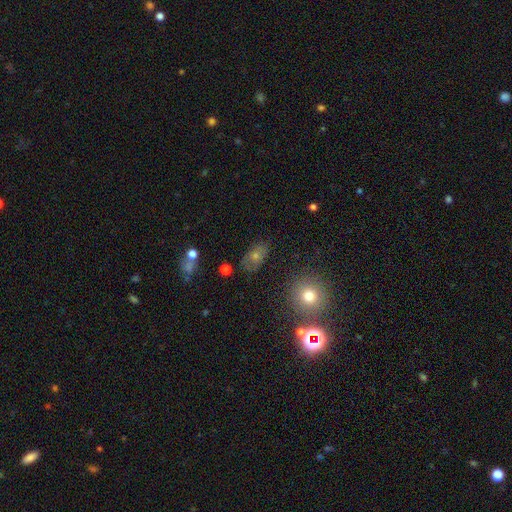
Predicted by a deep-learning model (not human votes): Smooth or featured? Predicted: smooth (p=0.43). Merging? Predicted: none (p=0.76).